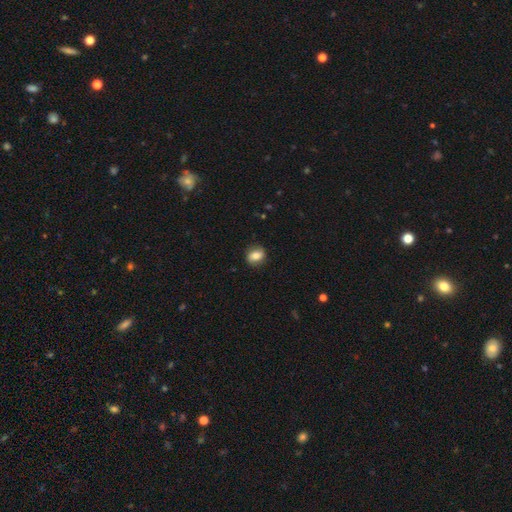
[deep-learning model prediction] This appears to be a smooth galaxy with no disk features (71%) that is round (52%). Merging: none (84%).